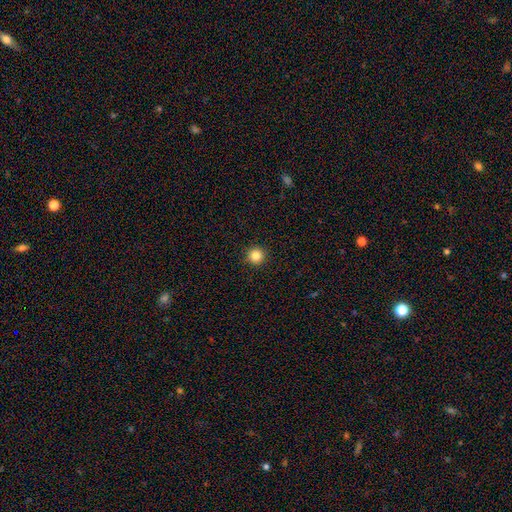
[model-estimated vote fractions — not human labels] smooth-or-featured: smooth: 84% | star or artifact: 12% | featured or disk: 4%
  how-rounded: round: 96% | in between: 3% | cigar-shaped: 1%
  merging: none: 93% | minor disturbance: 4% | major disturbance: 1% | merger: 1%